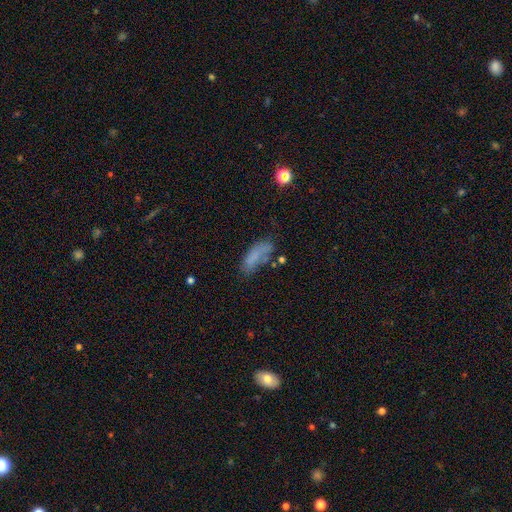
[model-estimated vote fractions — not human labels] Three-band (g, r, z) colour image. It shows a smooth galaxy with no disk features (71%) that is in between round and cigar-shaped (74%). Merging: none (45%).